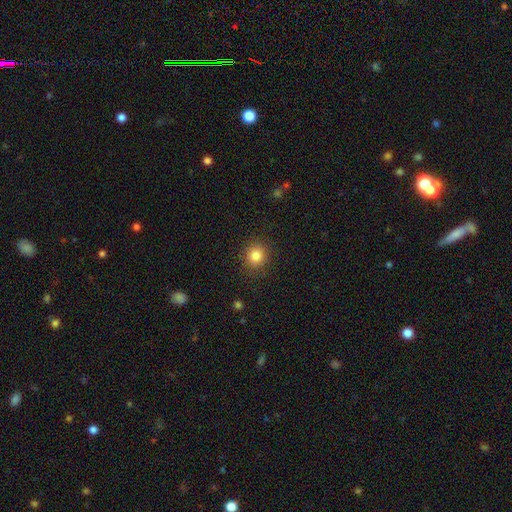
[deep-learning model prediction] The model was most divided on "how rounded": round: 84%, in between: 15%, cigar-shaped: 1%. More confident: merging — none (88%); smooth or featured — smooth (83%).